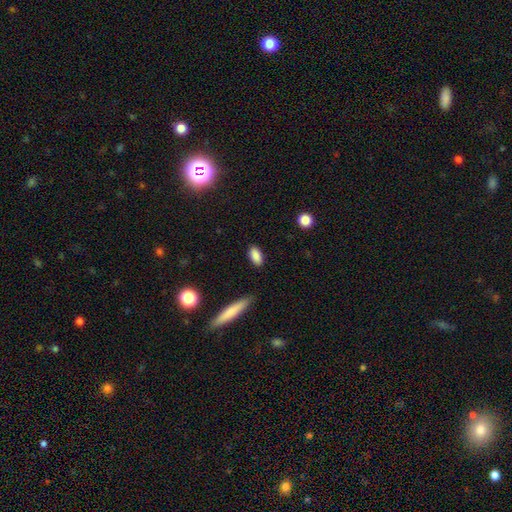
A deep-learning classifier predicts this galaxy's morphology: A smooth galaxy with no disk features (87%) that is in between round and cigar-shaped (84%). Merging: none (86%).